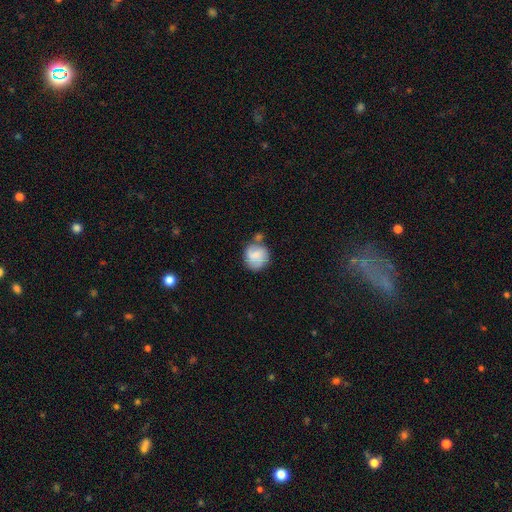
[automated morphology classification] A smooth galaxy with no disk features (56%) that is round (81%).

Vote fractions:
- Smooth or featured? smooth: 56% / featured or disk: 36% / star or artifact: 7%
- How rounded? round: 81% / in between: 18% / cigar-shaped: 1%
- Merging? none: 50% / minor disturbance: 24% / merger: 18% / major disturbance: 9%